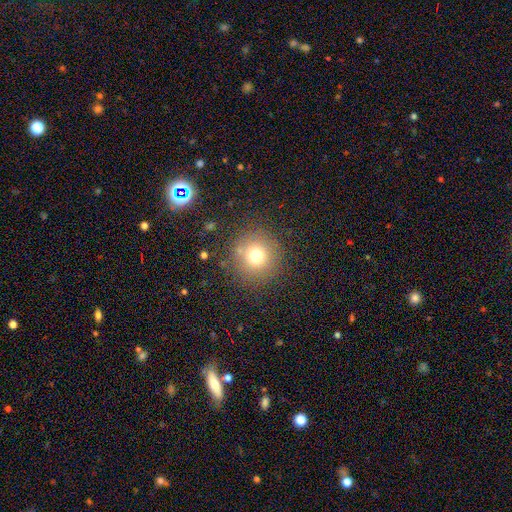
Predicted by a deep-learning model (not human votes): A smooth galaxy with no disk features (73%) that is round (95%). Merging: none (86%).